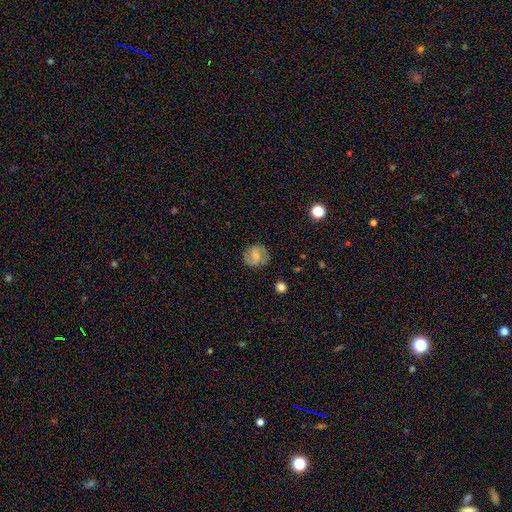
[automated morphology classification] A featured or disk galaxy (62%) with a weak bar (50%), 2 (81%) medium (48%) spiral arms (88%) and a small central bulge (35%).

Vote fractions:
- Smooth or featured? featured or disk: 62% / smooth: 30% / star or artifact: 9%
- Edge-on disk? no: 97% / yes: 3%
- Bar? weak: 50% / no: 29% / strong: 22%
- Spiral arms? yes: 88% / no: 12%
- Spiral winding? medium: 48% / tight: 28% / loose: 24%
- Spiral arm count? 2: 81% / can't tell: 8% / 1: 7% / 3: 2% / 4: 1% / more than 4: 1%
- Bulge size? small: 35% / none: 32% / moderate: 26% / large: 5% / dominant: 1%
- Merging? none: 76% / minor disturbance: 16% / major disturbance: 7% / merger: 2%